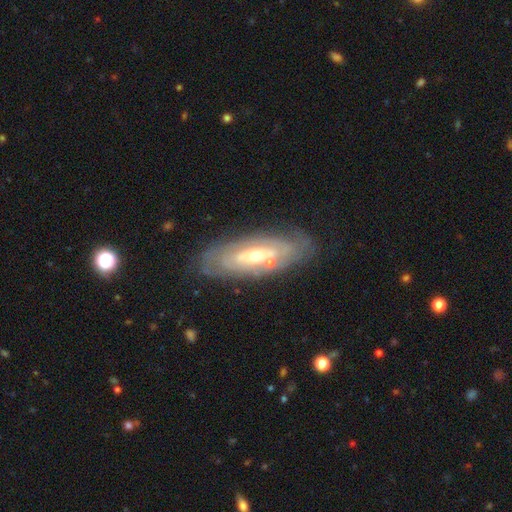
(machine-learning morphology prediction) This is likely a featured or disk galaxy (77%). It is clearly not viewed edge-on (83%). Bar: likely no (66%). Spiral arm pattern: likely yes (63%). Central bulge: possibly moderate (50%). Merging: likely none (77%).